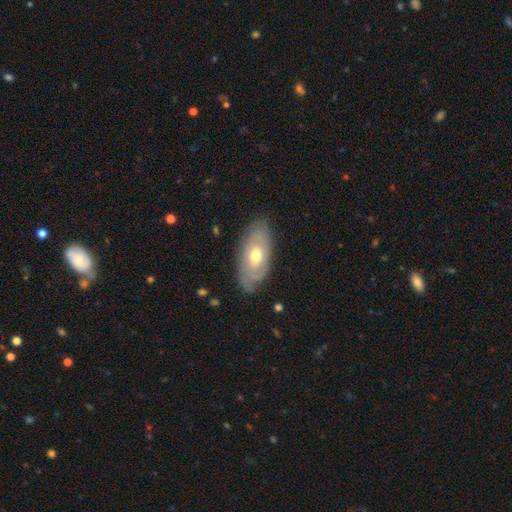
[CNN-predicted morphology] Q: Smooth or featured?
A: featured or disk (62%); runner-up: smooth (32%)
Q: Edge-on disk?
A: no (87%); runner-up: yes (13%)
Q: Bar?
A: no (78%); runner-up: weak (18%)
Q: Spiral arms?
A: yes (67%); runner-up: no (33%)
Q: Bulge size?
A: moderate (72%); runner-up: small (20%)
Q: Merging?
A: none (78%); runner-up: minor disturbance (16%)